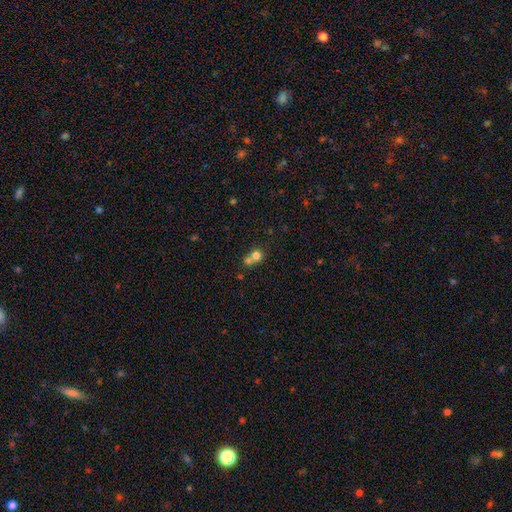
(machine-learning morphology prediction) Smooth or featured: smooth — 75% (featured or disk — 13%)
How rounded: round — 81% (in between — 18%)
Merging: merger — 57% (none — 34%)